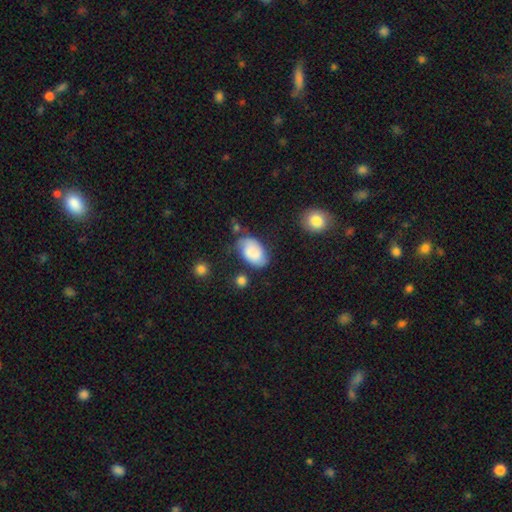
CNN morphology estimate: Smooth or featured: smooth — 74% (featured or disk — 18%)
How rounded: in between — 92% (round — 7%)
Merging: none — 59% (minor disturbance — 26%)